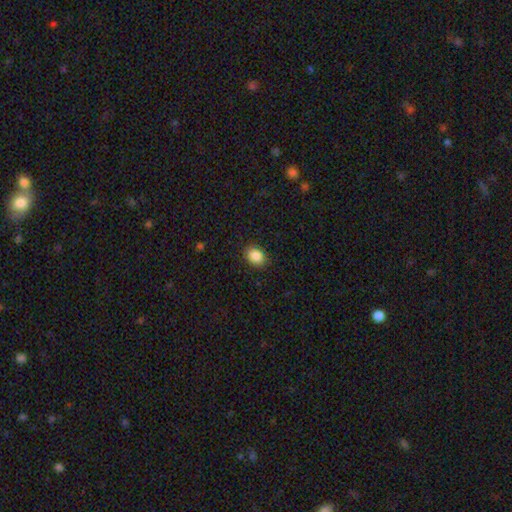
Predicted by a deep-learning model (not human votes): Overall: smooth (87%). How rounded: in between (60%; round 39%). Merging: none (89%).